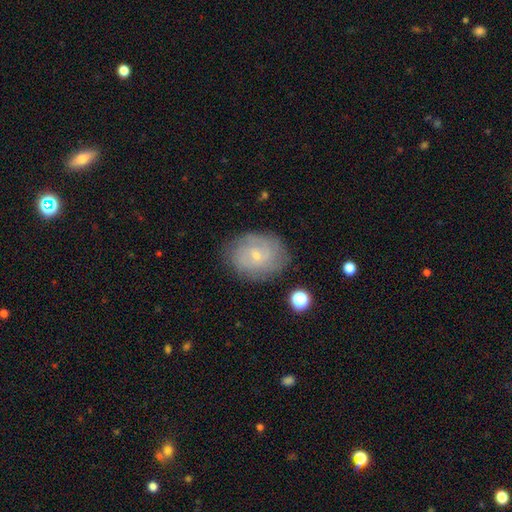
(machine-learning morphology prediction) This is likely a featured or disk galaxy (60%). It is clearly not viewed edge-on (97%). Bar: likely no (69%). Spiral arm pattern: clearly yes (82%). Central bulge: clearly small (80%). Merging: likely none (77%).